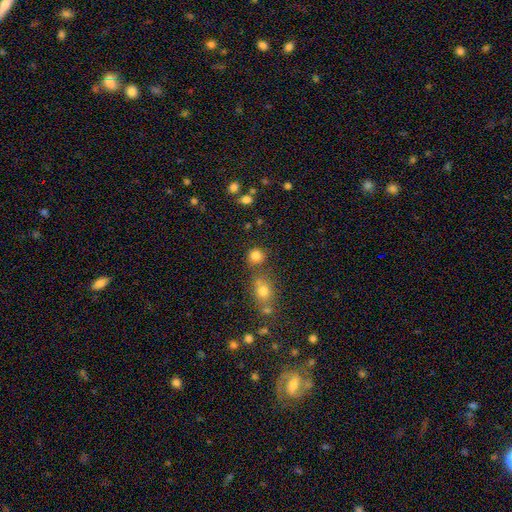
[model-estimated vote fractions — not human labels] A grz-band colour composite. It shows a smooth galaxy with no disk features (81%) that is round (86%). Merging: none (71%).